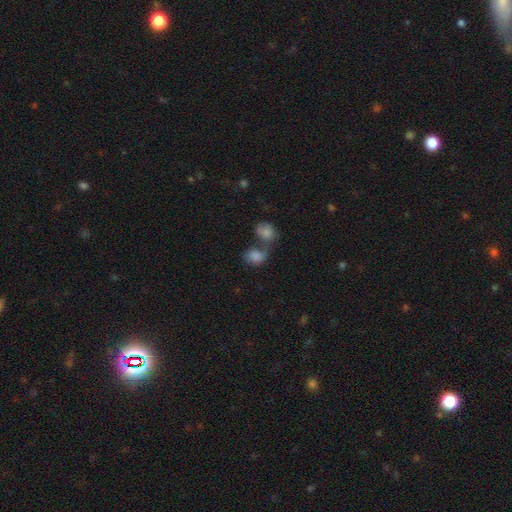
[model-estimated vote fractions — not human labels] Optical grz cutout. It shows a smooth galaxy with no disk features (76%) that is in between round and cigar-shaped (68%). Merging: merger (60%).